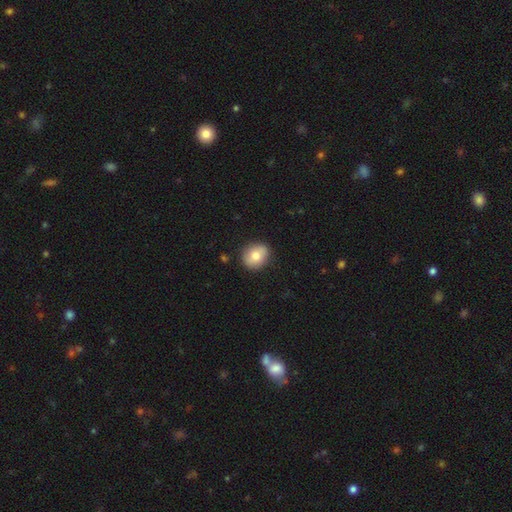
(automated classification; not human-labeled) The model was most divided on "how rounded": round: 70%, in between: 29%, cigar-shaped: 1%. More confident: merging — none (86%); smooth or featured — smooth (75%).